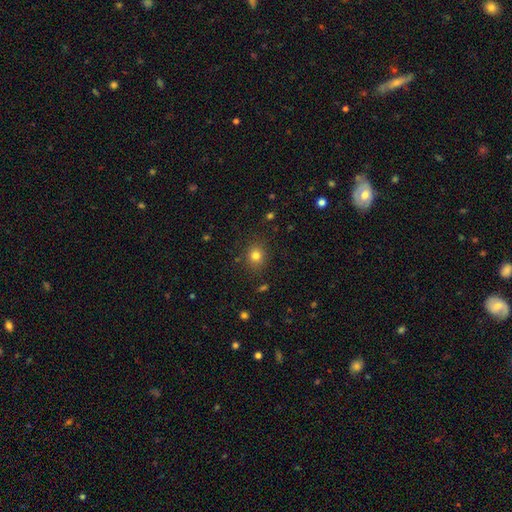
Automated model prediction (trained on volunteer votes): smooth_or_featured: smooth (p=0.79) [alt: star or artifact p=0.14]
how_rounded: round (p=0.79) [alt: in between p=0.20]
merging: none (p=0.87) [alt: minor disturbance p=0.09]